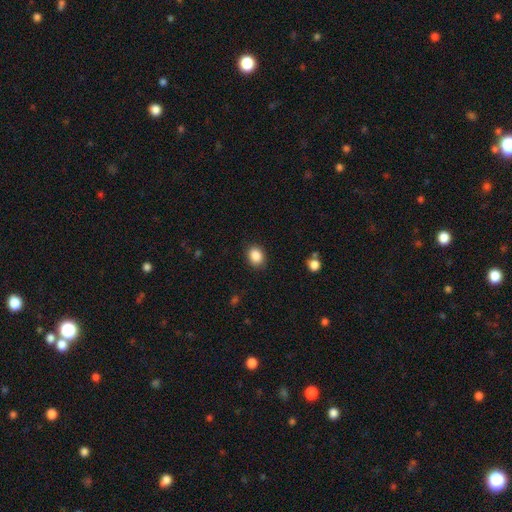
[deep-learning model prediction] smooth-or-featured: smooth: 87% | star or artifact: 9% | featured or disk: 4%
  how-rounded: in between: 54% | round: 46% | cigar-shaped: 1%
  merging: none: 87% | minor disturbance: 9% | major disturbance: 2% | merger: 1%